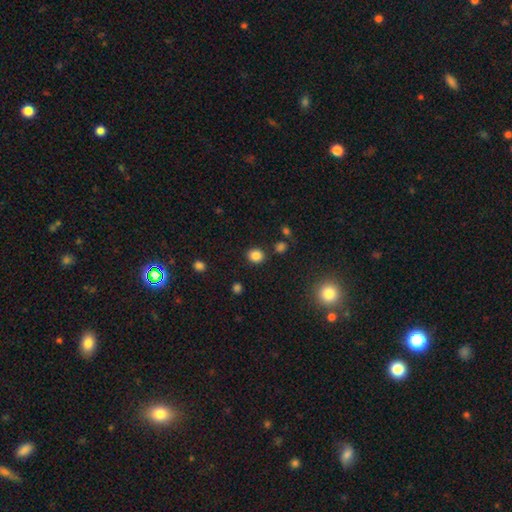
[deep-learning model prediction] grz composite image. It shows a smooth galaxy with no disk features (84%) that is round (76%). Merging: none (86%).